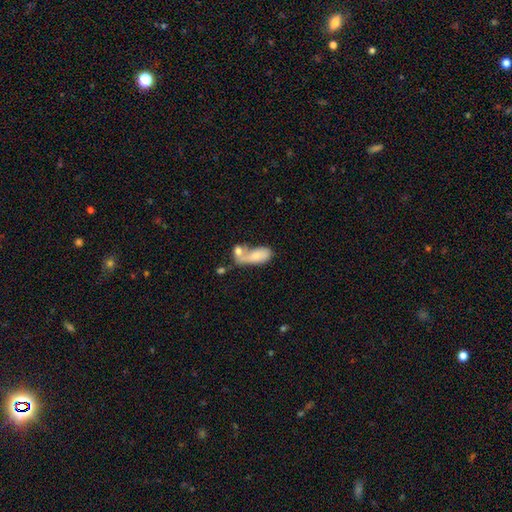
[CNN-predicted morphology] smooth_or_featured: smooth (p=0.67) [alt: featured or disk p=0.26]
how_rounded: in between (p=0.83) [alt: cigar-shaped p=0.11]
merging: merger (p=0.57) [alt: none p=0.18]